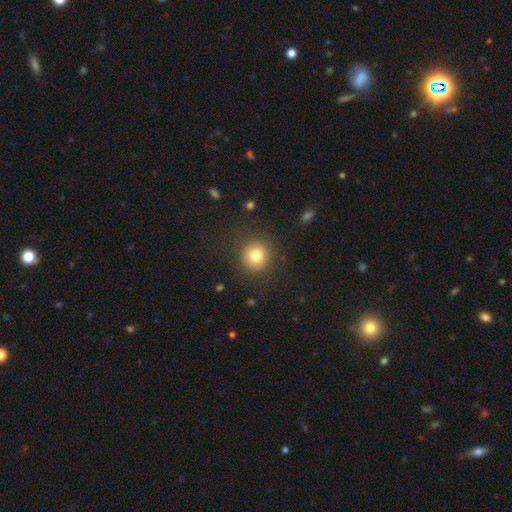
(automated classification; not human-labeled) A smooth galaxy with no disk features (79%) that is round (91%).

Vote fractions:
- Smooth or featured? smooth: 79% / star or artifact: 11% / featured or disk: 9%
- How rounded? round: 91% / in between: 8% / cigar-shaped: 1%
- Merging? none: 86% / minor disturbance: 9% / major disturbance: 4% / merger: 1%